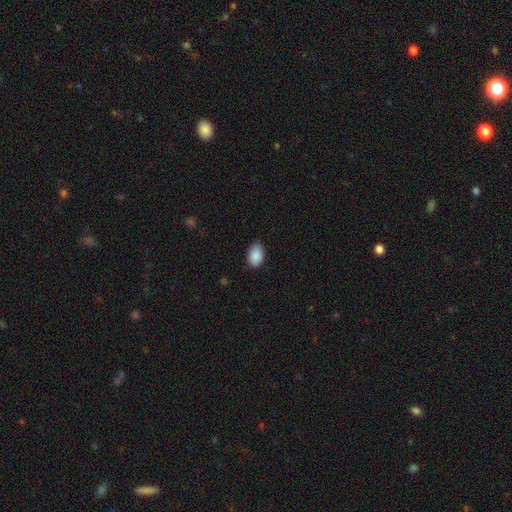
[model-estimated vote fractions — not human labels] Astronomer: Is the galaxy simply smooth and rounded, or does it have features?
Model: smooth — 90%.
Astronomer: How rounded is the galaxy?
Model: in between — 91%.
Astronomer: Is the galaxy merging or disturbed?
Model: none — 82%.